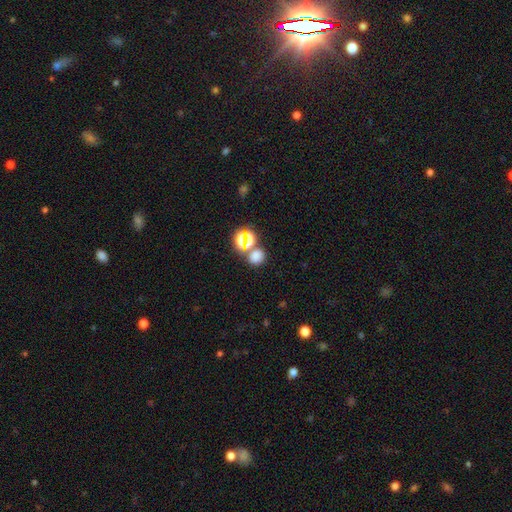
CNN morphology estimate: smooth_or_featured: smooth (p=0.64) [alt: star or artifact p=0.29]
how_rounded: round (p=0.69) [alt: in between p=0.30]
merging: none (p=0.62) [alt: merger p=0.26]